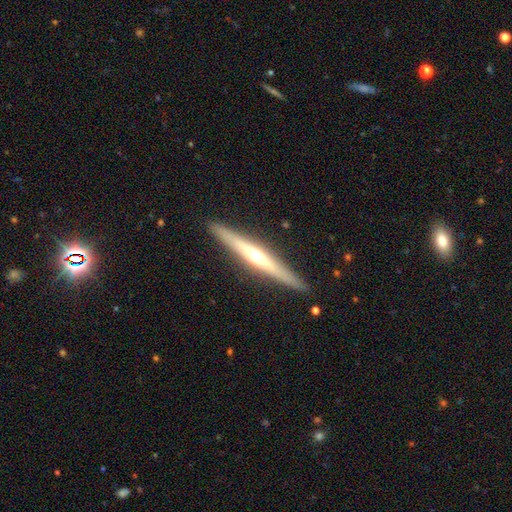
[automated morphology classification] This is likely a featured or disk galaxy (70%). It is clearly viewed edge-on (97%). Edge-on bulge: clearly rounded (83%). Merging: clearly none (90%).